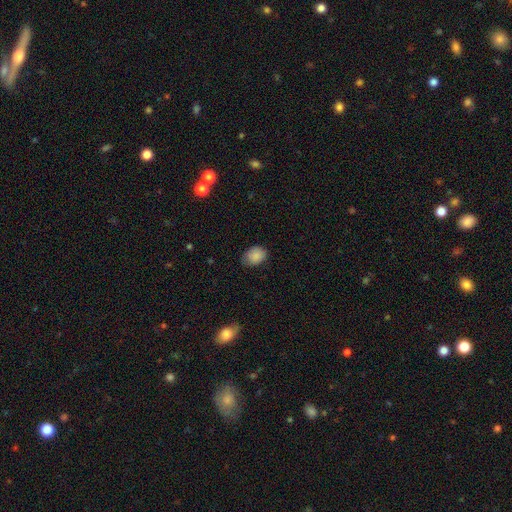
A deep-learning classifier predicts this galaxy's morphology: smooth 86%, star or artifact 8%, featured or disk 5%. Down the decision tree: how rounded — in between (64%); merging — none (69%).